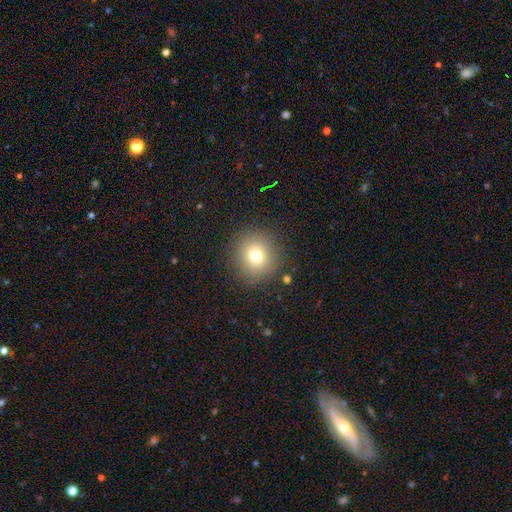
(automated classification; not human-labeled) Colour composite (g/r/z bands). It shows a smooth galaxy with no disk features (75%) that is round (92%). Merging: none (89%).